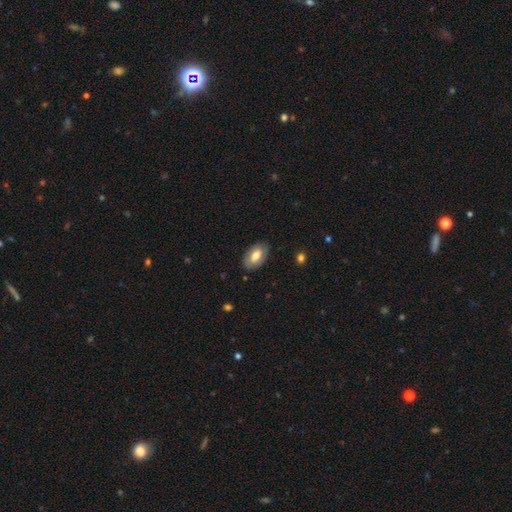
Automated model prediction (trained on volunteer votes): This appears to be a smooth galaxy with no disk features (69%) that is in between round and cigar-shaped (93%). Merging: none (84%).